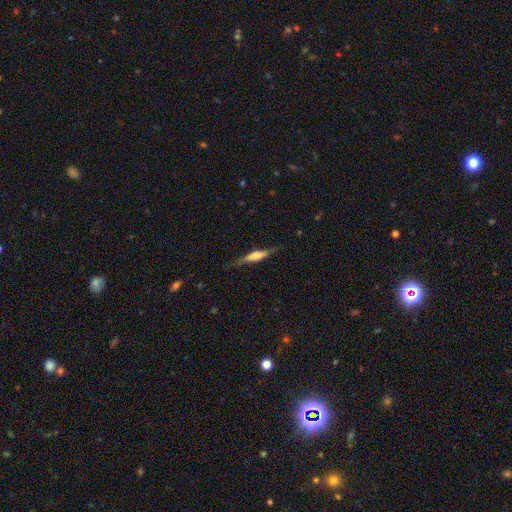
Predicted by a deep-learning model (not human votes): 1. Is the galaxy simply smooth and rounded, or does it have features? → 56% featured or disk, 38% smooth, 6% star or artifact.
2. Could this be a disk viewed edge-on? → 93% yes, 7% no.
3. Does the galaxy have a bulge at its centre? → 59% rounded, 31% boxy, 11% none.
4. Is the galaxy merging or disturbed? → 76% none, 17% minor disturbance, 5% major disturbance, 1% merger.